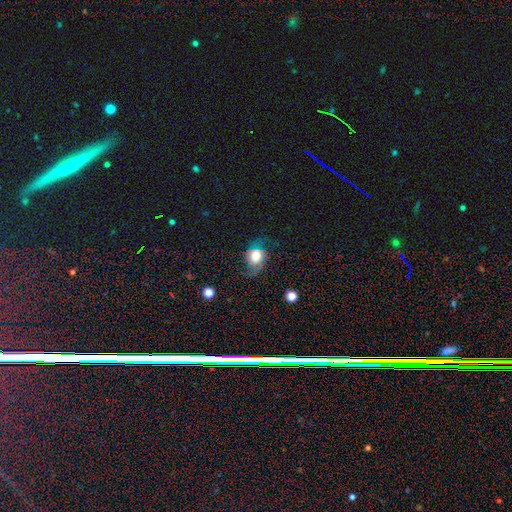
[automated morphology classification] Q: Smooth or featured?
A: featured or disk (57%); runner-up: smooth (33%)
Q: Edge-on disk?
A: no (96%); runner-up: yes (4%)
Q: Bar?
A: no (70%); runner-up: weak (25%)
Q: Spiral arms?
A: yes (86%); runner-up: no (14%)
Q: Bulge size?
A: large (51%); runner-up: moderate (27%)
Q: Merging?
A: none (61%); runner-up: minor disturbance (21%)